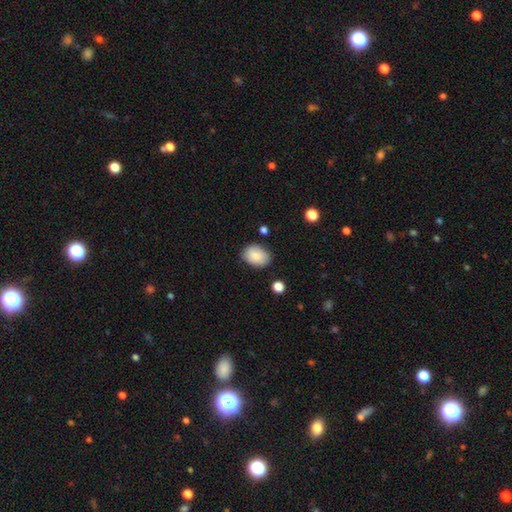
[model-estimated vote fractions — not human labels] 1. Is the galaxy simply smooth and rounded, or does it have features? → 85% smooth, 8% featured or disk, 7% star or artifact.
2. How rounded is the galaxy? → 78% in between, 21% round, 1% cigar-shaped.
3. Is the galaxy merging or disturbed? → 78% none, 16% minor disturbance, 3% major disturbance, 2% merger.